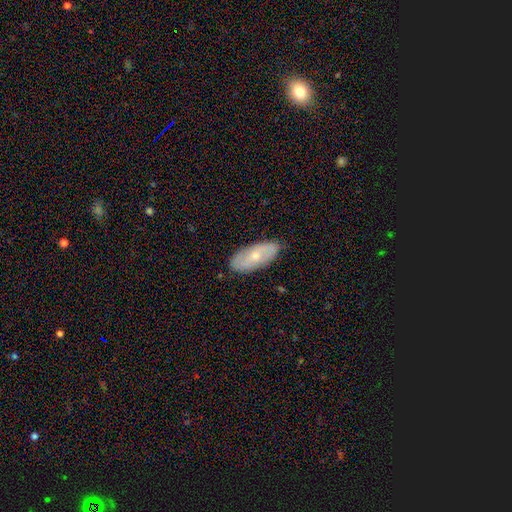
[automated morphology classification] Smooth or featured? smooth (51%)
How rounded? in between (85%)
Merging? none (84%)